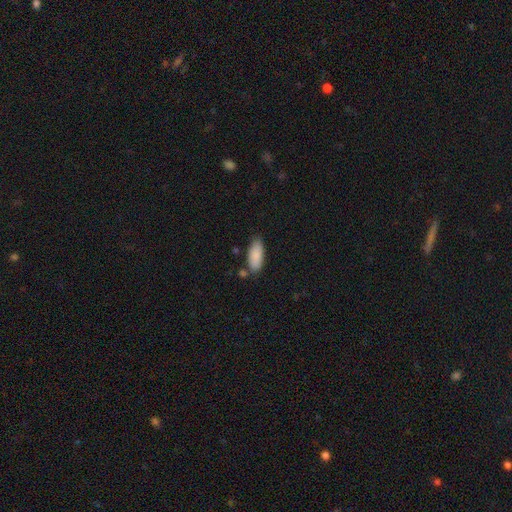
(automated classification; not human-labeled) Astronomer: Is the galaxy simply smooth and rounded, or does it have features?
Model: smooth — 88%.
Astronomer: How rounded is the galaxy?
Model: in between — 82%.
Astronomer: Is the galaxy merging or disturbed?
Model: none — 72%.